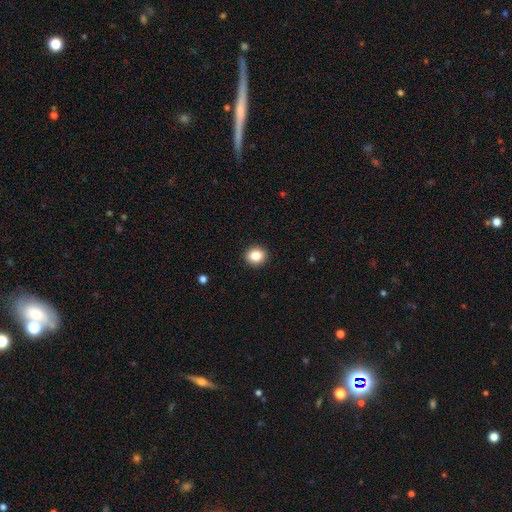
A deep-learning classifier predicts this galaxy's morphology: Smooth or featured? Predicted: smooth (p=0.85). How rounded? Predicted: round (p=0.80). Merging? Predicted: none (p=0.92).